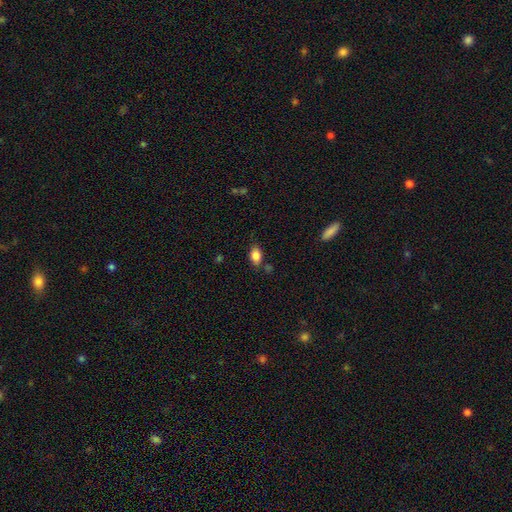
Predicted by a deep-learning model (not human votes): Smooth or featured: smooth — 85% (star or artifact — 9%)
How rounded: in between — 83% (round — 15%)
Merging: none — 74% (minor disturbance — 17%)